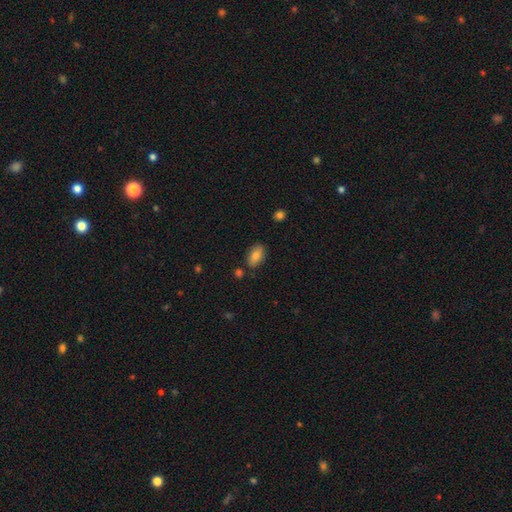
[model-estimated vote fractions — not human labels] The model was most divided on "merging": none: 81%, minor disturbance: 13%, merger: 4%, major disturbance: 3%. More confident: how rounded — in between (92%); smooth or featured — smooth (81%).